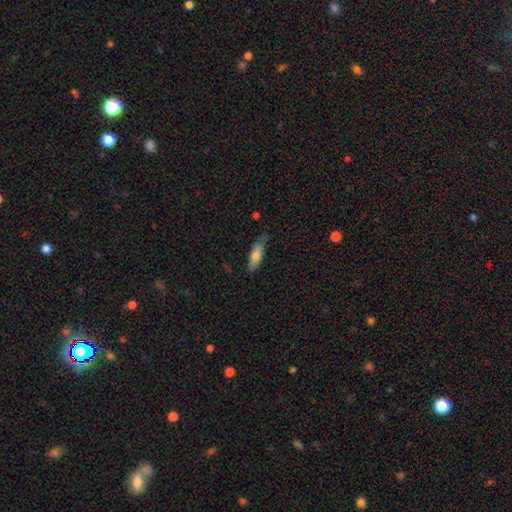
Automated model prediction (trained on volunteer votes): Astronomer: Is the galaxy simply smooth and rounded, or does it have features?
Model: smooth — 76%.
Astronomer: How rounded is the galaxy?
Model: in between — 57% (runner-up: cigar-shaped, 41%).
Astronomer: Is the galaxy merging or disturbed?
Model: none — 66%.